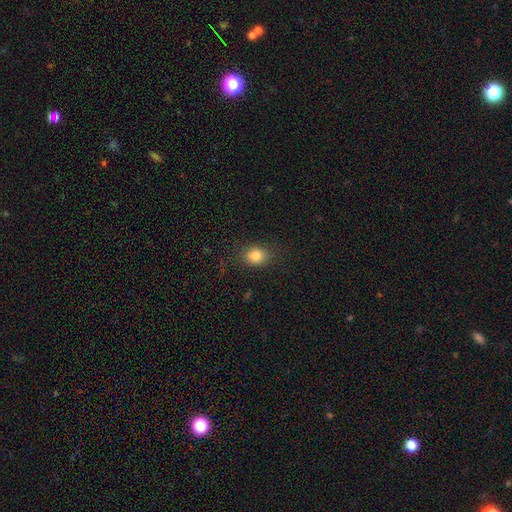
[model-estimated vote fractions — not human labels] Overall: smooth (82%). How rounded: round (52%; in between 47%). Merging: none (84%).